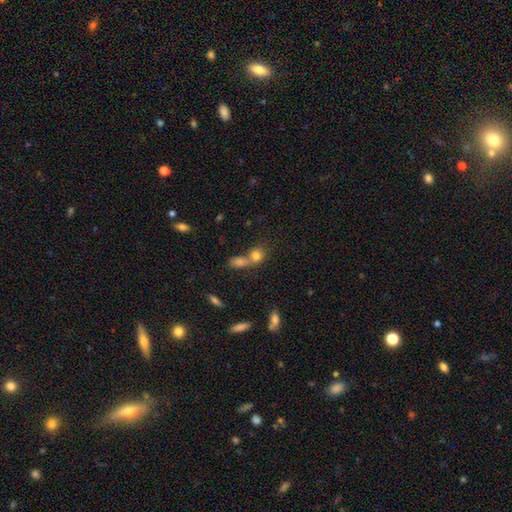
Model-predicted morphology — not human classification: This appears to be a smooth galaxy with no disk features (78%) that is round (63%). Merging: merger (51%).